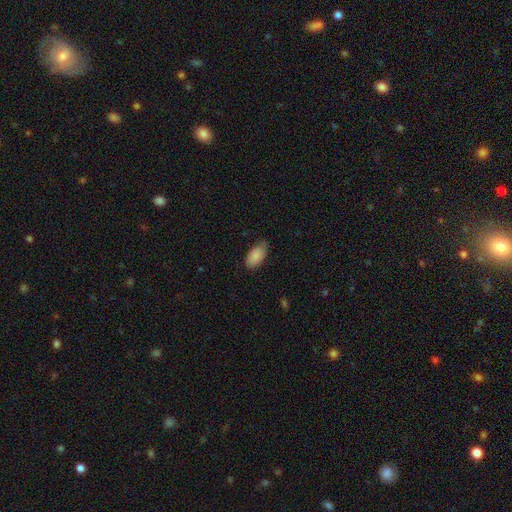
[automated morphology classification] smooth 88%, star or artifact 6%, featured or disk 6%. Down the decision tree: how rounded — in between (94%); merging — none (70%).